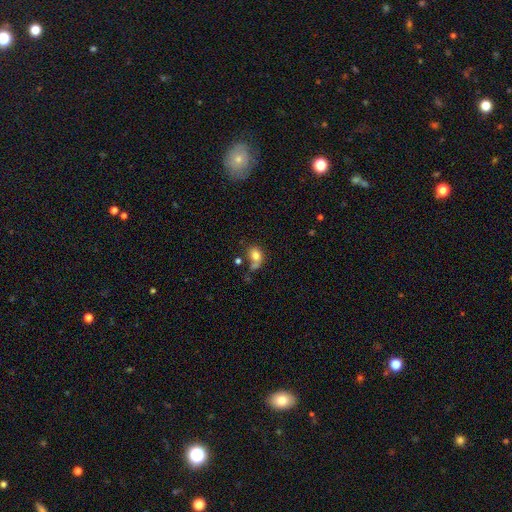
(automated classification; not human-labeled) smooth 77%, featured or disk 12%, star or artifact 10%. Down the decision tree: how rounded — in between (60%); merging — none (40%).